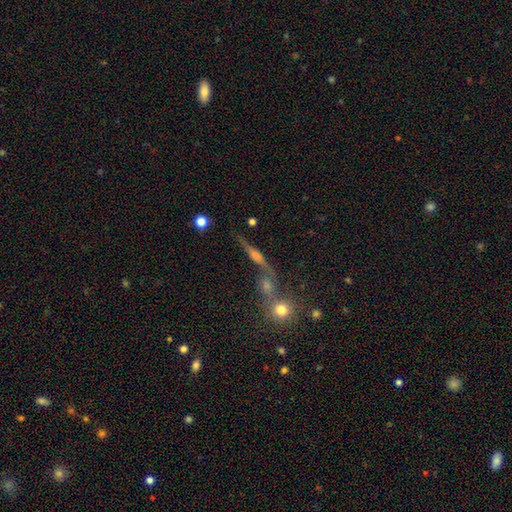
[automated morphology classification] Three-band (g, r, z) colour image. It shows a featured or disk galaxy (64%) viewed edge-on (80%) with a rounded central bulge (72%). Merging: none (54%).